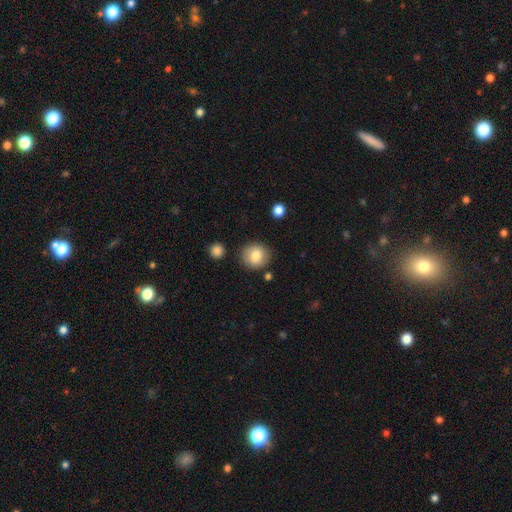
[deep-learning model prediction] A smooth galaxy with no disk features (82%) that is round (86%).

Vote fractions:
- Smooth or featured? smooth: 82% / featured or disk: 10% / star or artifact: 8%
- How rounded? round: 86% / in between: 13% / cigar-shaped: 1%
- Merging? none: 86% / minor disturbance: 9% / merger: 3% / major disturbance: 3%